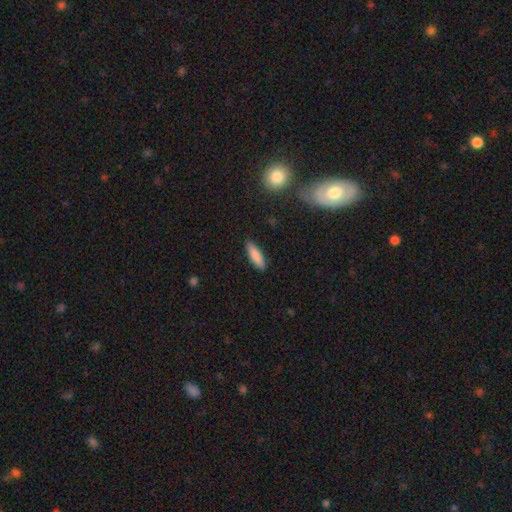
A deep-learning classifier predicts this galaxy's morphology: smooth_or_featured: smooth (p=0.85) [alt: featured or disk p=0.09]
how_rounded: cigar-shaped (p=0.57) [alt: in between p=0.41]
merging: none (p=0.89) [alt: minor disturbance p=0.08]